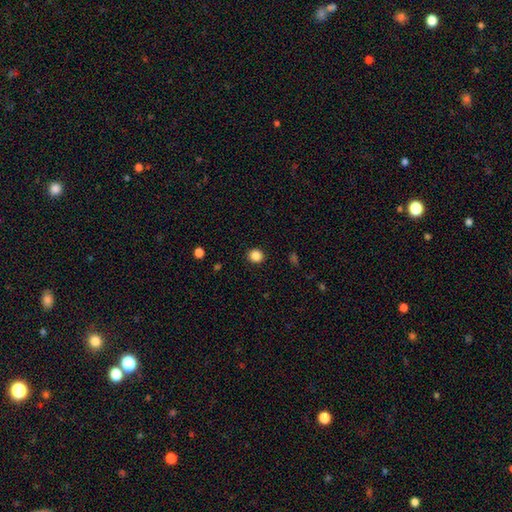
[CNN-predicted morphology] Smooth or featured?
  - smooth: 86% *
  - star or artifact: 11%
  - featured or disk: 3%
How rounded?
  - round: 87% *
  - in between: 12%
  - cigar-shaped: 1%
Merging?
  - none: 92% *
  - minor disturbance: 5%
  - major disturbance: 2%
  - merger: 1%